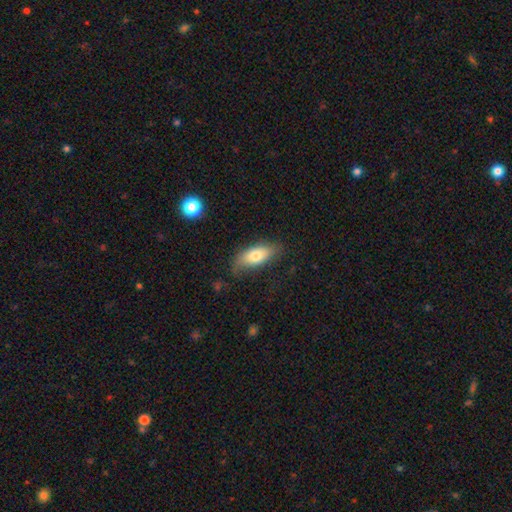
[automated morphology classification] A smooth galaxy with no disk features (73%) that is in between round and cigar-shaped (82%). Merging: none (67%).